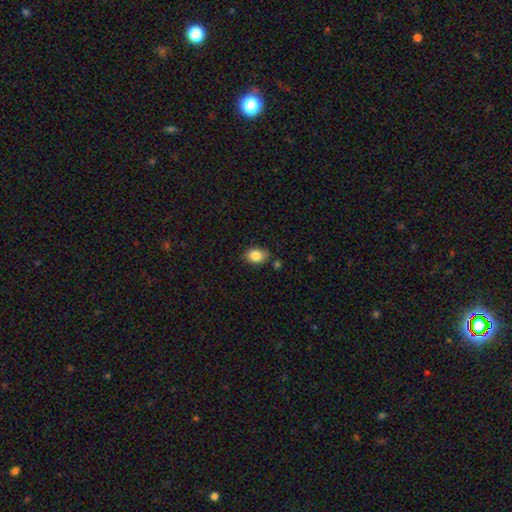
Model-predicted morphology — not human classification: This appears to be a smooth galaxy with no disk features (85%) that is in between round and cigar-shaped (74%). Merging: none (81%).